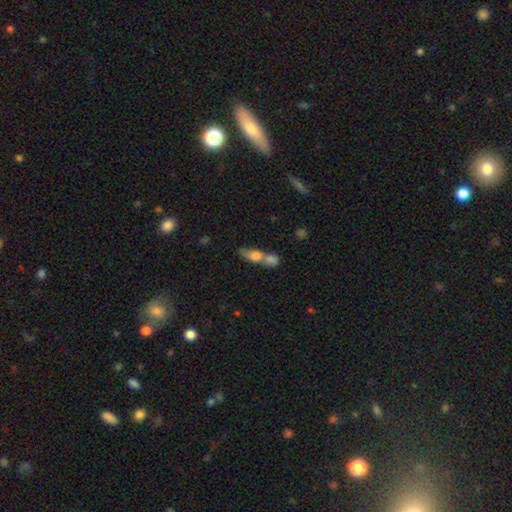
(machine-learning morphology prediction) smooth-or-featured: smooth: 64% | featured or disk: 27% | star or artifact: 9%
  how-rounded: in between: 53% | cigar-shaped: 27% | round: 20%
  merging: merger: 68% | none: 19% | minor disturbance: 7% | major disturbance: 6%